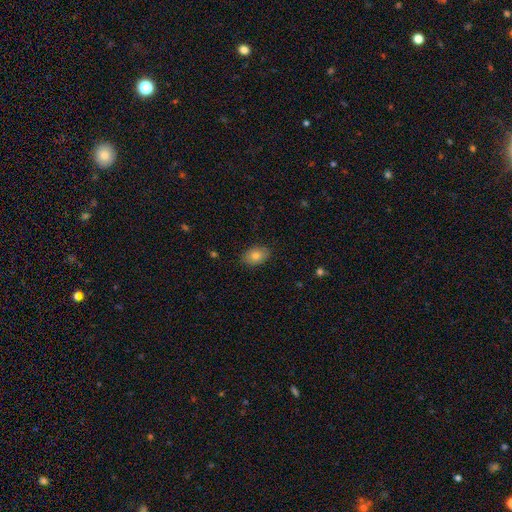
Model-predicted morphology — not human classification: This is clearly a smooth galaxy (80%). How rounded: clearly in between (85%). Merging: clearly none (87%).